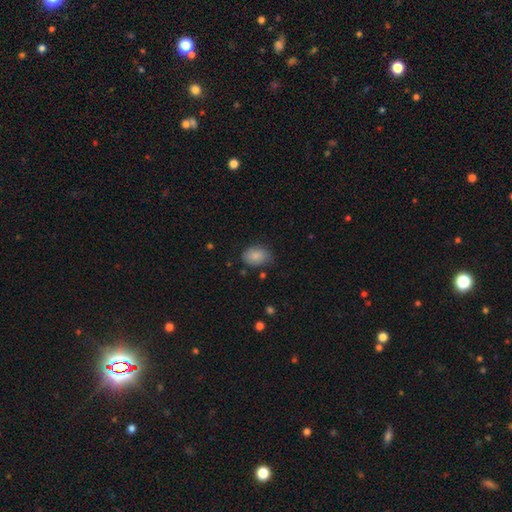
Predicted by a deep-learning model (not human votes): A smooth galaxy with no disk features (85%) that is in between round and cigar-shaped (79%).

Vote fractions:
- Smooth or featured? smooth: 85% / featured or disk: 8% / star or artifact: 7%
- How rounded? in between: 79% / round: 20% / cigar-shaped: 1%
- Merging? none: 70% / minor disturbance: 23% / major disturbance: 5% / merger: 2%